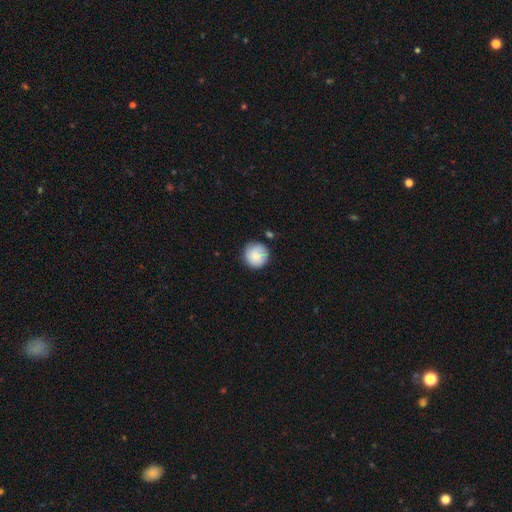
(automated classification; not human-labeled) A smooth galaxy with no disk features (85%) that is round (95%).

Vote fractions:
- Smooth or featured? smooth: 85% / featured or disk: 9% / star or artifact: 6%
- How rounded? round: 95% / in between: 4% / cigar-shaped: 1%
- Merging? none: 83% / minor disturbance: 12% / merger: 3% / major disturbance: 2%